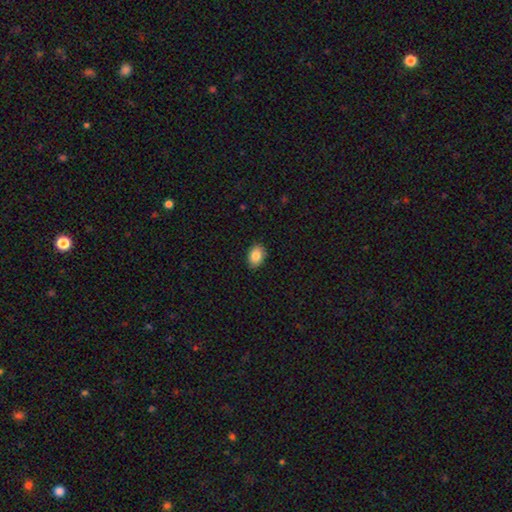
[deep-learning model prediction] Smooth or featured?
  - smooth: 84% *
  - star or artifact: 8%
  - featured or disk: 8%
How rounded?
  - in between: 77% *
  - round: 22%
  - cigar-shaped: 1%
Merging?
  - none: 88% *
  - minor disturbance: 9%
  - major disturbance: 2%
  - merger: 1%